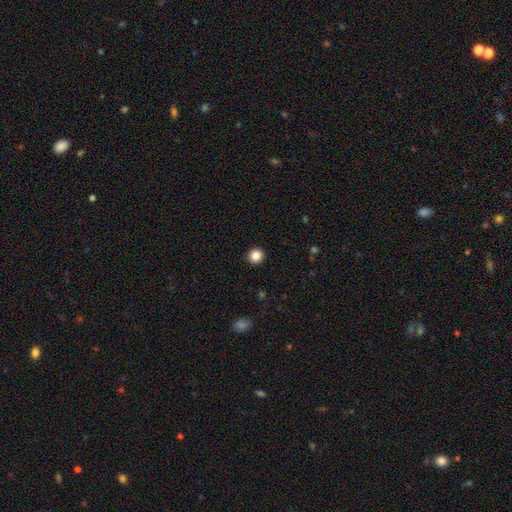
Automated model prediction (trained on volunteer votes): A smooth galaxy with no disk features (86%) that is round (94%).

Vote fractions:
- Smooth or featured? smooth: 86% / star or artifact: 10% / featured or disk: 4%
- How rounded? round: 94% / in between: 5% / cigar-shaped: 1%
- Merging? none: 93% / minor disturbance: 5% / major disturbance: 2% / merger: 1%